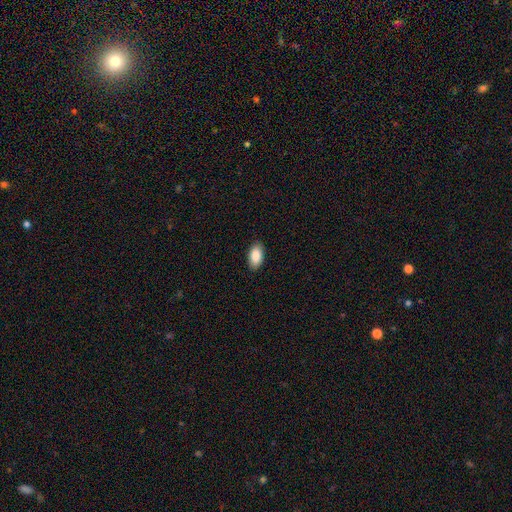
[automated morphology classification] Overall: smooth (89%). How rounded: in between (95%). Merging: none (88%).